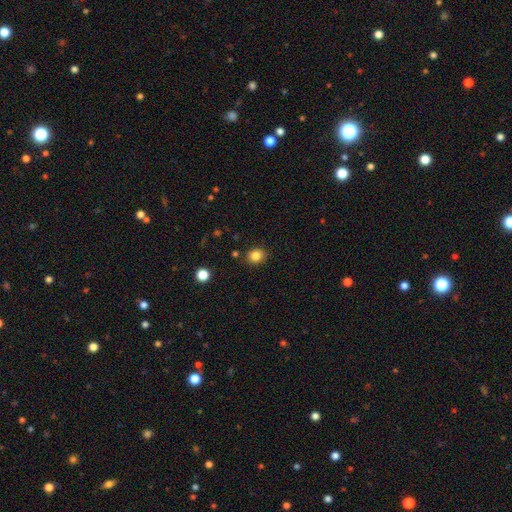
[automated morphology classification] smooth 83%, star or artifact 12%, featured or disk 5%. Down the decision tree: how rounded — round (75%); merging — none (87%).